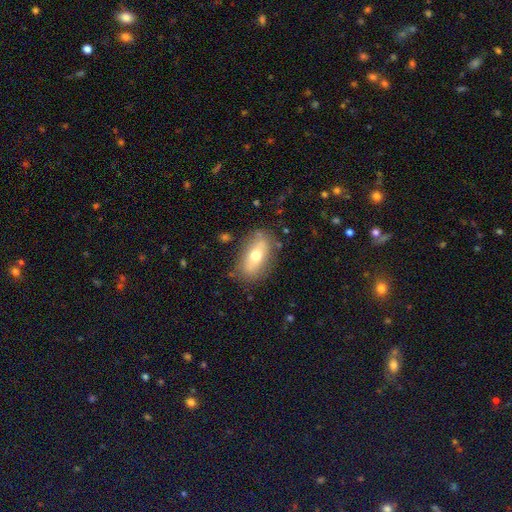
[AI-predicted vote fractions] Smooth or featured?
  - smooth: 62% *
  - featured or disk: 31%
  - star or artifact: 7%
How rounded?
  - in between: 86% *
  - cigar-shaped: 9%
  - round: 5%
Merging?
  - none: 78% *
  - minor disturbance: 15%
  - major disturbance: 5%
  - merger: 3%